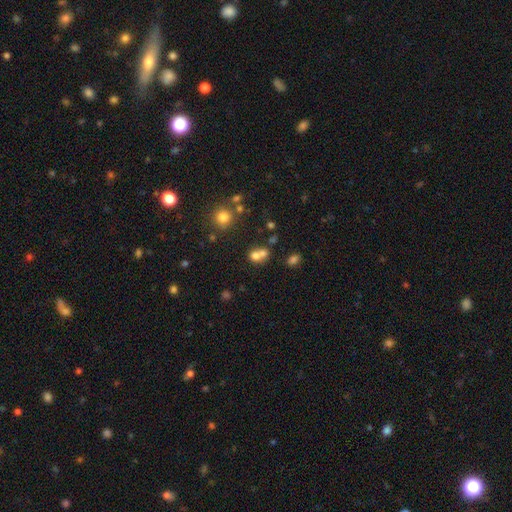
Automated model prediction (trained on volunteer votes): Smooth or featured? Predicted: smooth (p=0.70). How rounded? Predicted: round (p=0.63). Merging? Predicted: merger (p=0.58).